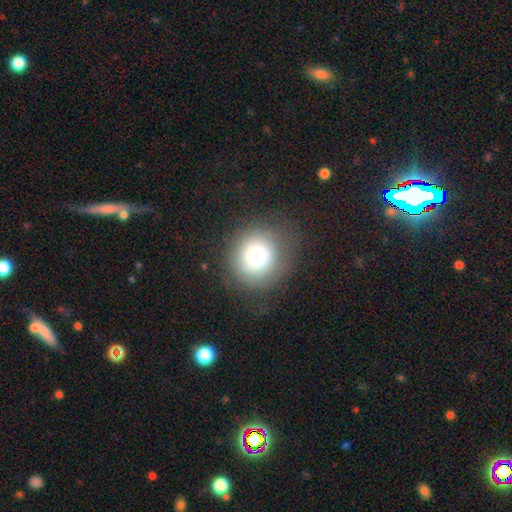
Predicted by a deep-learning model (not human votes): smooth-or-featured: smooth: 69% | featured or disk: 19% | star or artifact: 12%
  how-rounded: round: 91% | in between: 8% | cigar-shaped: 1%
  merging: none: 75% | minor disturbance: 14% | major disturbance: 10% | merger: 1%